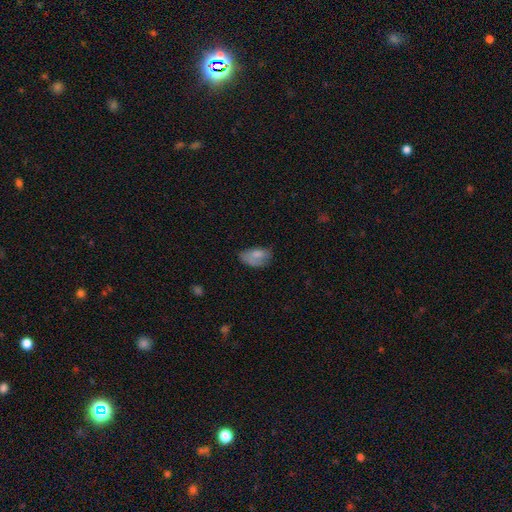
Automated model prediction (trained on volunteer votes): smooth 74%, featured or disk 18%, star or artifact 9%. Down the decision tree: how rounded — in between (91%); merging — none (43%).